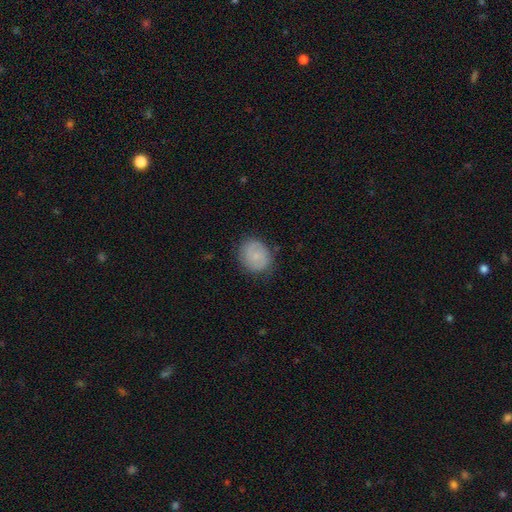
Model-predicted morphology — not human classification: Smooth or featured? smooth (59%)
How rounded? round (69%)
Merging? none (80%)